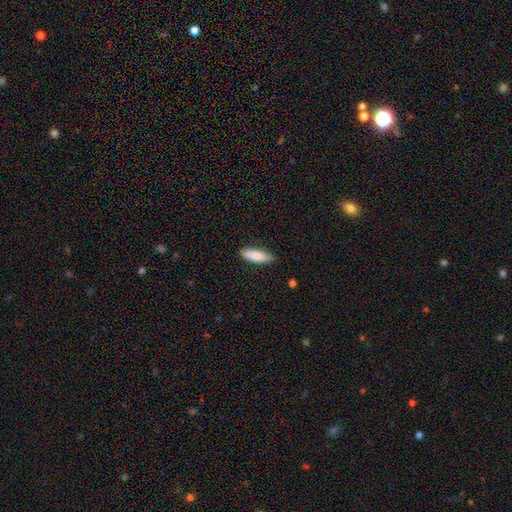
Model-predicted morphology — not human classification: Smooth or featured? smooth (85%)
How rounded? in between (53%)
Merging? none (84%)